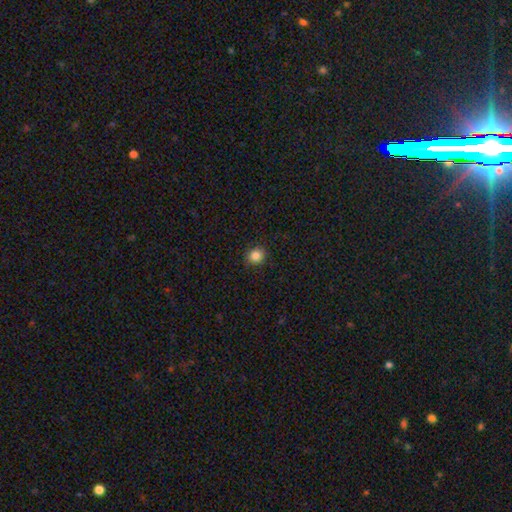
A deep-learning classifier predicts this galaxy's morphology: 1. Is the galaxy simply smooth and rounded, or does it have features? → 84% smooth, 11% star or artifact, 4% featured or disk.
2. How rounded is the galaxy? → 85% round, 14% in between, 1% cigar-shaped.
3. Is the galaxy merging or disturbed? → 91% none, 6% minor disturbance, 2% major disturbance, 1% merger.